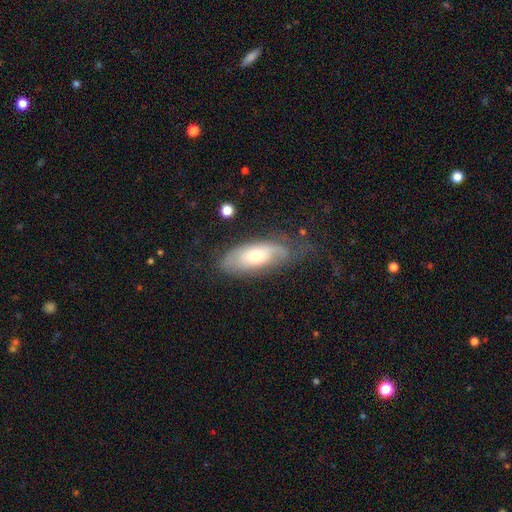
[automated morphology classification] smooth-or-featured: featured or disk: 47% | smooth: 46% | star or artifact: 7%
  merging: none: 53% | minor disturbance: 29% | major disturbance: 15% | merger: 2%